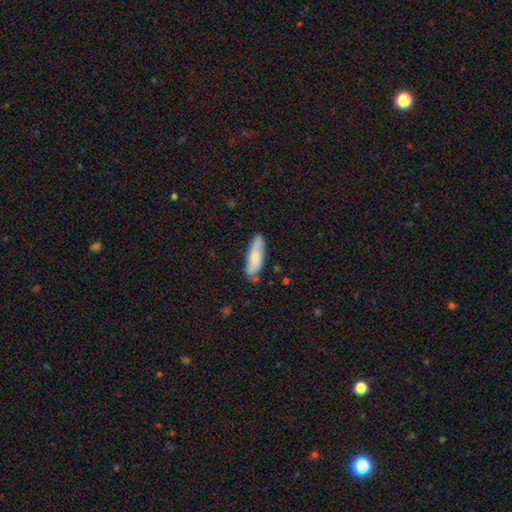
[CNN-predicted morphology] Smooth or featured? smooth (63%)
How rounded? in between (53%)
Merging? none (76%)